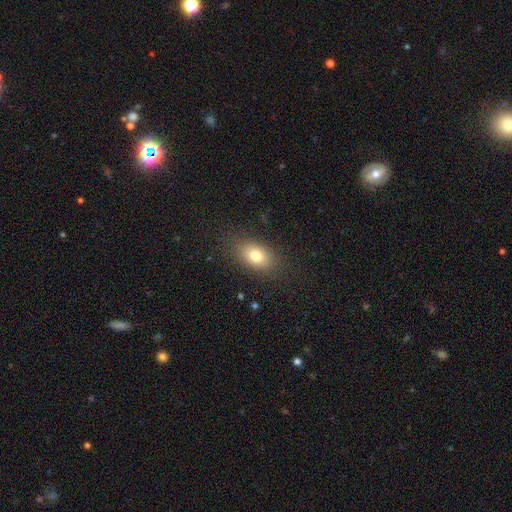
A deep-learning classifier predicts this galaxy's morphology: Smooth or featured? Predicted: smooth (p=0.78). How rounded? Predicted: in between (p=0.84). Merging? Predicted: none (p=0.84).